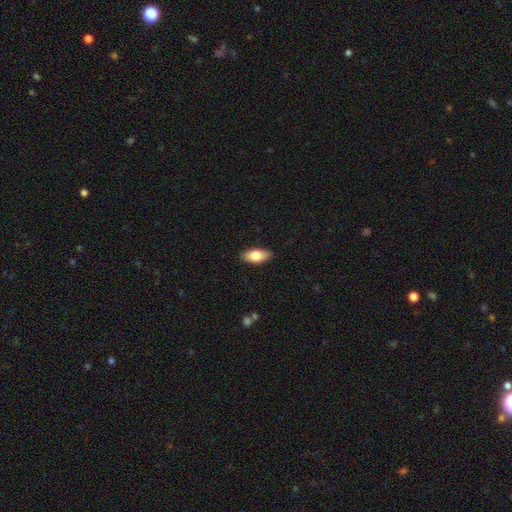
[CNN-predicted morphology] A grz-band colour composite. It shows a smooth galaxy with no disk features (80%) that is in between round and cigar-shaped (88%). Merging: none (89%).